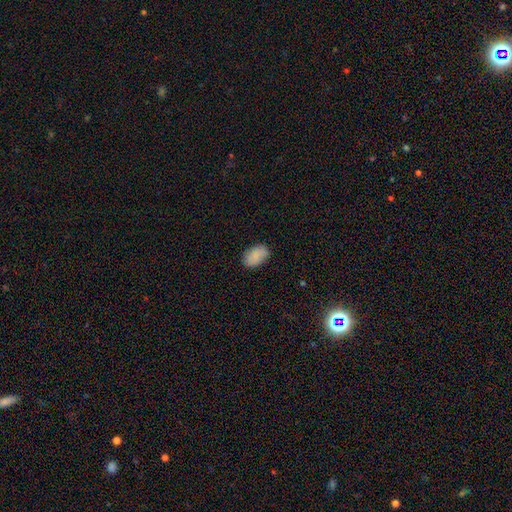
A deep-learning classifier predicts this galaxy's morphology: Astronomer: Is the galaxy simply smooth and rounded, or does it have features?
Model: smooth — 88%.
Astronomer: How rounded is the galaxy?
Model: in between — 92%.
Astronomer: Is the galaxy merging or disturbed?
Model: none — 82%.